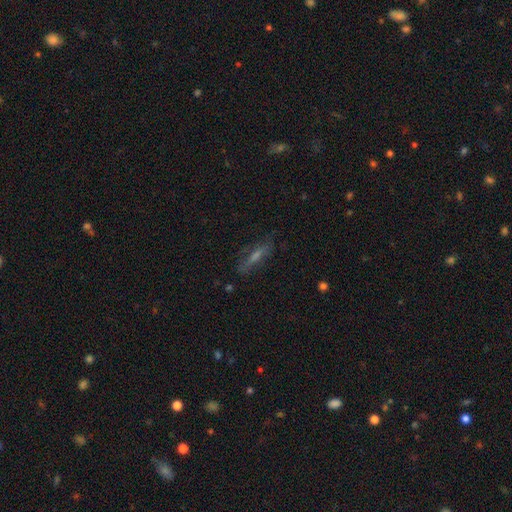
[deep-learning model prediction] This is possibly a featured or disk galaxy (48%). Merging: likely none (78%).